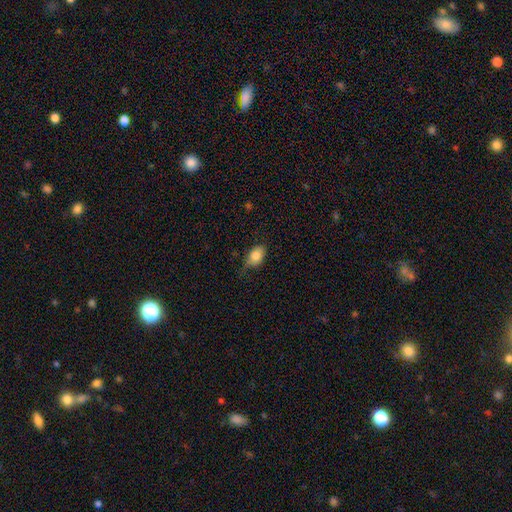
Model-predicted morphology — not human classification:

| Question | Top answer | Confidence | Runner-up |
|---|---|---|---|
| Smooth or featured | smooth | 83% | featured or disk (9%) |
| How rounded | in between | 82% | round (16%) |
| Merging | none | 56% | minor disturbance (33%) |